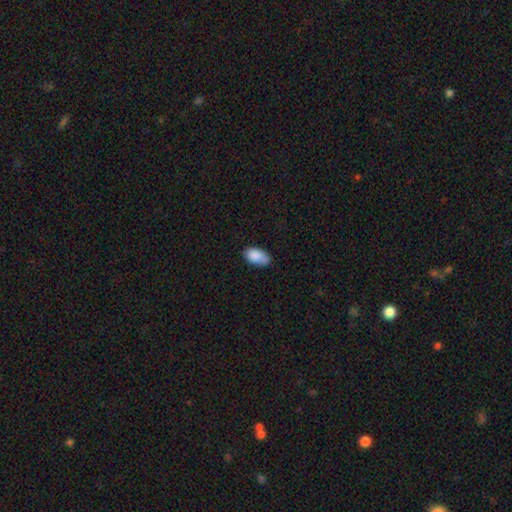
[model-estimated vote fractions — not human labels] Overall: smooth (86%). How rounded: in between (94%). Merging: none (63%; minor disturbance 29%).